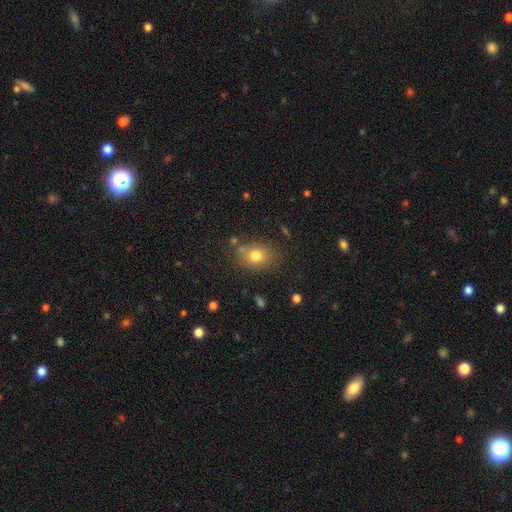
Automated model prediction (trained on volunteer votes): The model was most divided on "how rounded": in between: 53%, round: 46%, cigar-shaped: 1%. More confident: smooth or featured — smooth (76%); merging — none (73%).